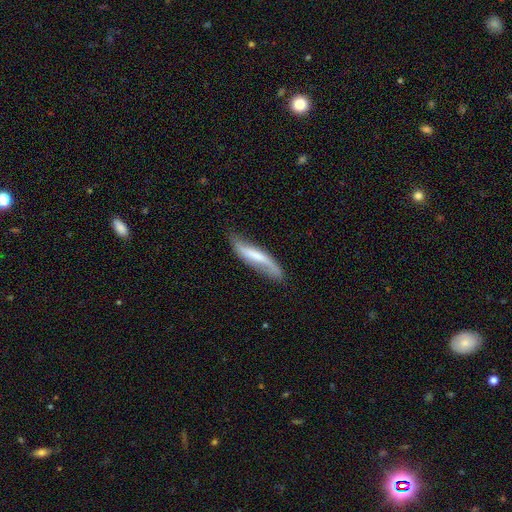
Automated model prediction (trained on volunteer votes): The model was most divided on "smooth or featured": featured or disk: 59%, smooth: 34%, star or artifact: 6%. More confident: edge-on disk — no (67%); merging — none (64%).